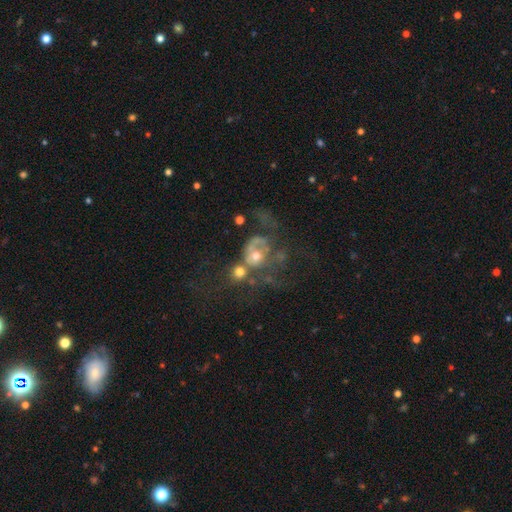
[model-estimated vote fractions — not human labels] smooth_or_featured: smooth (p=0.44) [alt: featured or disk p=0.40]
merging: merger (p=0.43) [alt: major disturbance p=0.26]